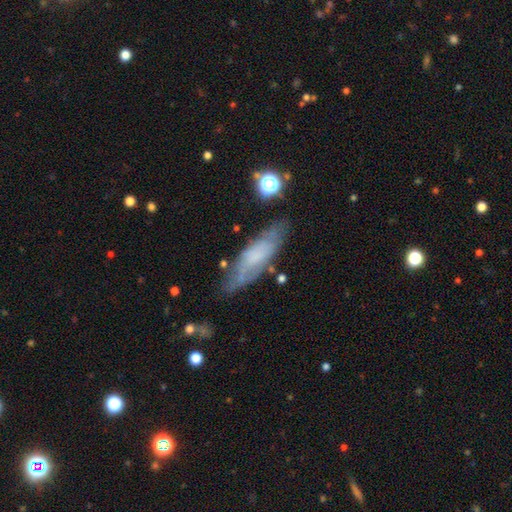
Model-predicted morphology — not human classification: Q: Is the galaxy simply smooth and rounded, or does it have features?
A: featured or disk — 47%.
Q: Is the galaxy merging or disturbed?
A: none — 68%.